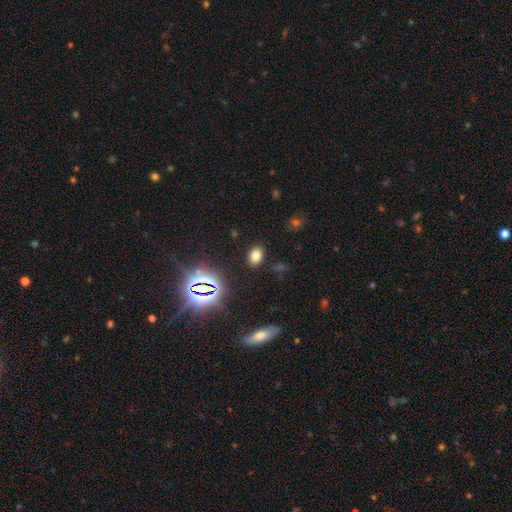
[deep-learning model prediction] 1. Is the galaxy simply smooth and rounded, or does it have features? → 73% smooth, 20% star or artifact, 7% featured or disk.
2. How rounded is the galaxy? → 80% in between, 19% round, 1% cigar-shaped.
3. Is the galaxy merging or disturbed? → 86% none, 9% minor disturbance, 3% major disturbance, 2% merger.